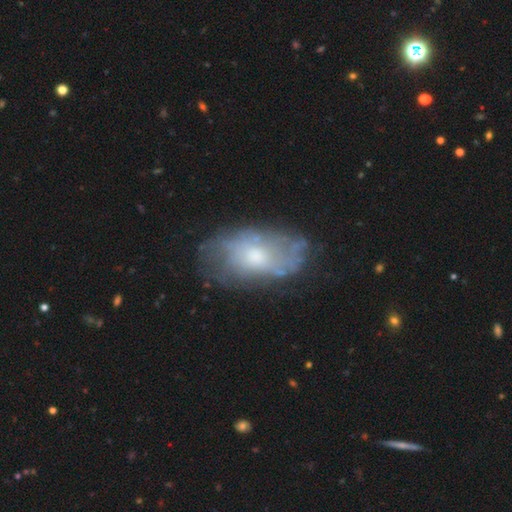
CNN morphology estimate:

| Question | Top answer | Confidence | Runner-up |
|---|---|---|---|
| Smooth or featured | featured or disk | 54% | smooth (37%) |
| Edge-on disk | no | 93% | yes (7%) |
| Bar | no | 81% | weak (17%) |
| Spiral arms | no | 53% | yes (47%) |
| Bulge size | moderate | 54% | small (32%) |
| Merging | none | 63% | minor disturbance (23%) |